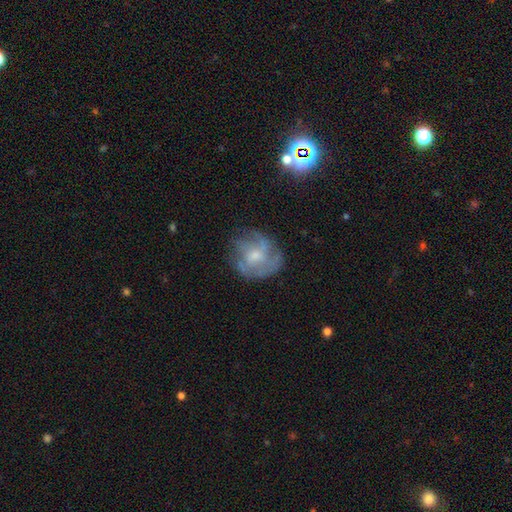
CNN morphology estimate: type=featured or disk (65%); edge-on=no (97%); bar=no (62%); spiral arms=yes (72%); bulge=moderate (45%); merging=none (64%).